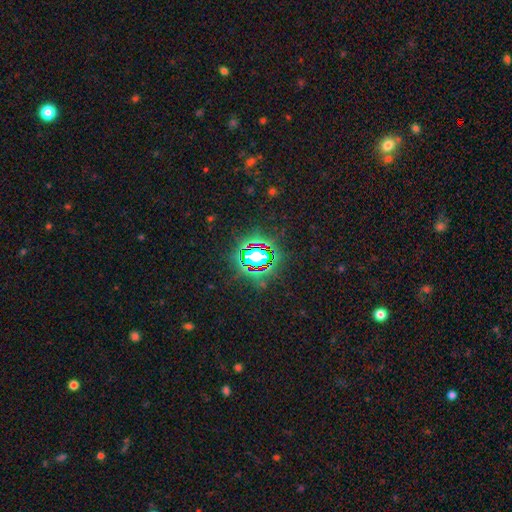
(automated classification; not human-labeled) This appears to be a star or artifact, not a galaxy (81%).